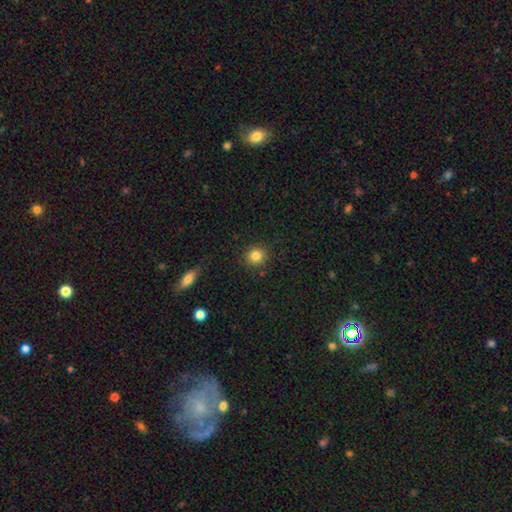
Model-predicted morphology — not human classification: This appears to be a smooth galaxy with no disk features (84%) that is round (91%). Merging: none (89%).